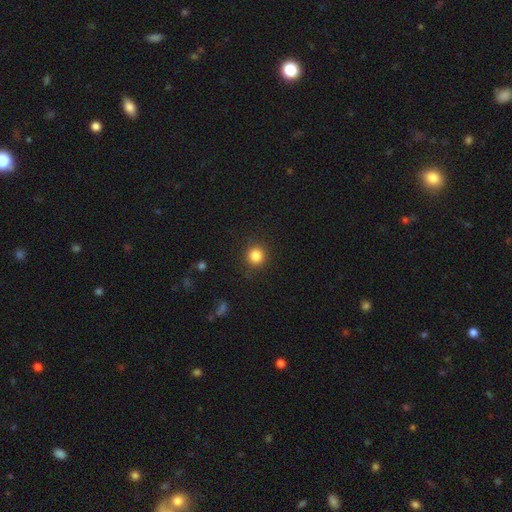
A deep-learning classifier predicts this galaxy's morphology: Q: Smooth or featured?
A: smooth (84%); runner-up: star or artifact (12%)
Q: How rounded?
A: round (93%); runner-up: in between (6%)
Q: Merging?
A: none (90%); runner-up: minor disturbance (7%)